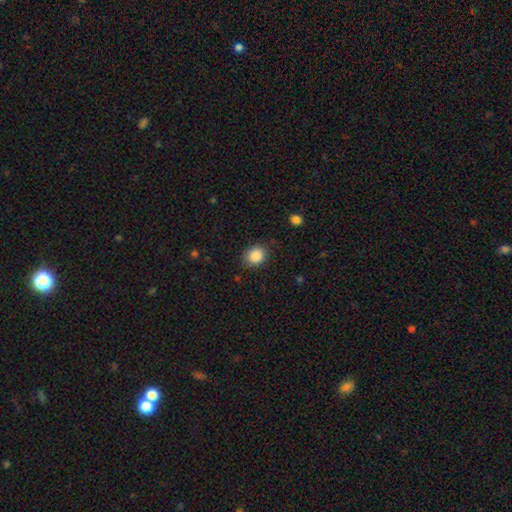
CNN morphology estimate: type=smooth (88%); roundness=round (56%); merging=none (84%).